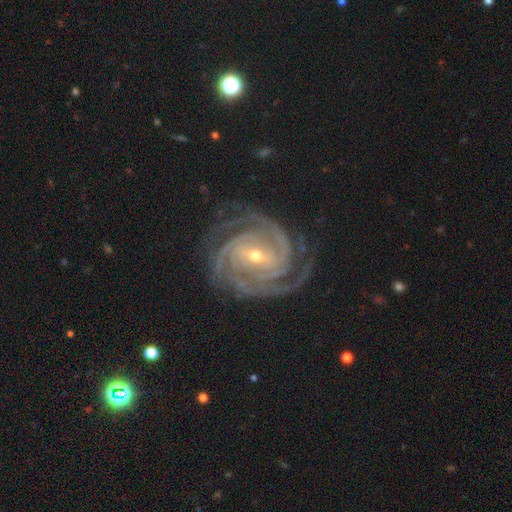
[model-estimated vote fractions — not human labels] A featured or disk galaxy (94%) with a weak bar (42%), 3 (32%) tight (77%) spiral arms (99%) and a small central bulge (54%).

Vote fractions:
- Smooth or featured? featured or disk: 94% / star or artifact: 4% / smooth: 2%
- Edge-on disk? no: 98% / yes: 2%
- Bar? weak: 42% / strong: 33% / no: 24%
- Spiral arms? yes: 99% / no: 1%
- Spiral winding? tight: 77% / medium: 21% / loose: 2%
- Spiral arm count? 3: 32% / 4: 31% / 2: 13% / can't tell: 9% / more than 4: 8% / 1: 6%
- Bulge size? small: 54% / moderate: 43% / large: 2% / none: 1% / dominant: 1%
- Merging? none: 80% / minor disturbance: 14% / major disturbance: 5% / merger: 1%